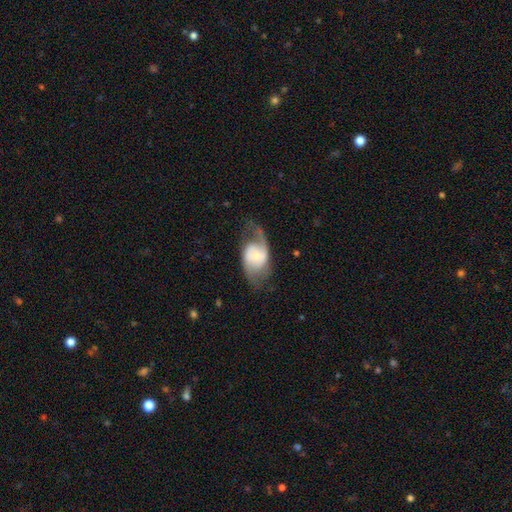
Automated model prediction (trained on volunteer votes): smooth_or_featured: featured or disk (p=0.77) [alt: smooth p=0.17]
disk_edge_on: no (p=0.96) [alt: yes p=0.04]
bar: no (p=0.53) [alt: weak p=0.37]
has_spiral_arms: yes (p=0.92) [alt: no p=0.08]
spiral_winding: medium (p=0.44) [alt: loose p=0.40]
spiral_arm_count: 2 (p=0.78) [alt: 1 p=0.11]
bulge_size: small (p=0.50) [alt: moderate p=0.39]
merging: none (p=0.58) [alt: minor disturbance p=0.22]